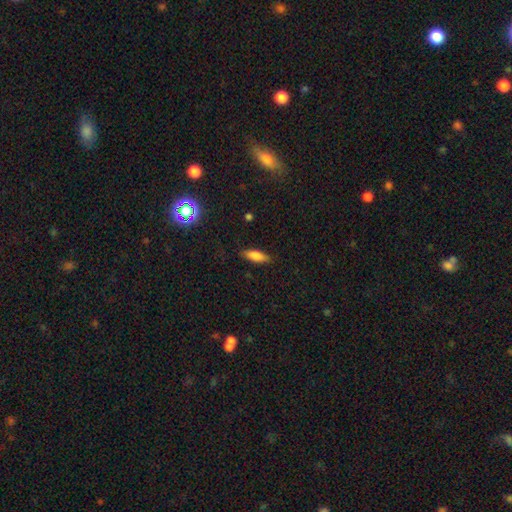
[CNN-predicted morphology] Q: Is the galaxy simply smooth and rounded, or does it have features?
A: smooth — 79%.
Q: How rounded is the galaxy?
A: in between — 58%.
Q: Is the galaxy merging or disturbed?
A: none — 85%.